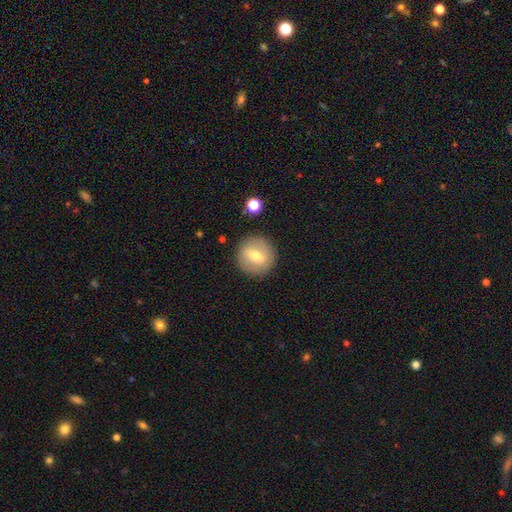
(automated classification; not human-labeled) smooth 59%, featured or disk 33%, star or artifact 8%. Down the decision tree: how rounded — round (91%); merging — none (88%).